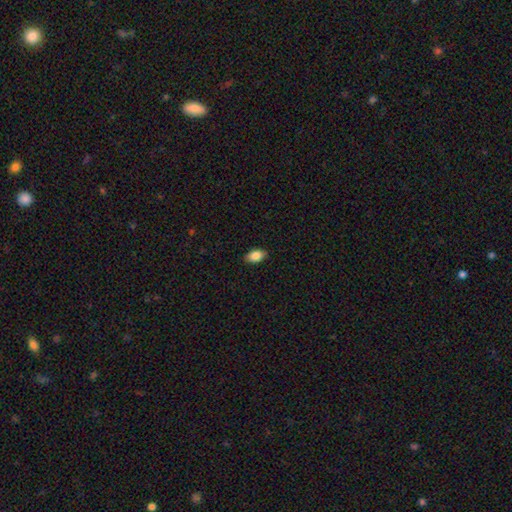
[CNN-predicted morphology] Smooth or featured? Predicted: smooth (p=0.85). How rounded? Predicted: in between (p=0.91). Merging? Predicted: none (p=0.88).